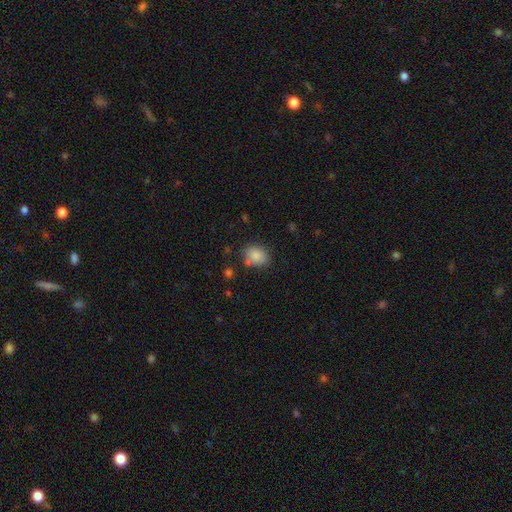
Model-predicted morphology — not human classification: smooth-or-featured: smooth: 84% | star or artifact: 9% | featured or disk: 7%
  how-rounded: in between: 51% | round: 48% | cigar-shaped: 1%
  merging: none: 71% | minor disturbance: 18% | merger: 6% | major disturbance: 5%